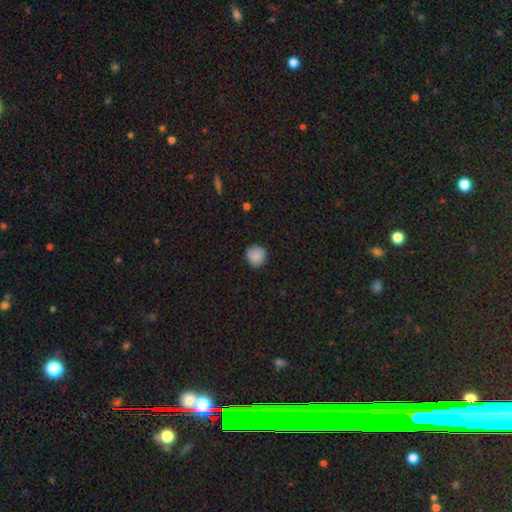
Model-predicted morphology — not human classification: Q: Smooth or featured?
A: smooth (88%); runner-up: star or artifact (8%)
Q: How rounded?
A: round (90%); runner-up: in between (9%)
Q: Merging?
A: none (85%); runner-up: minor disturbance (12%)